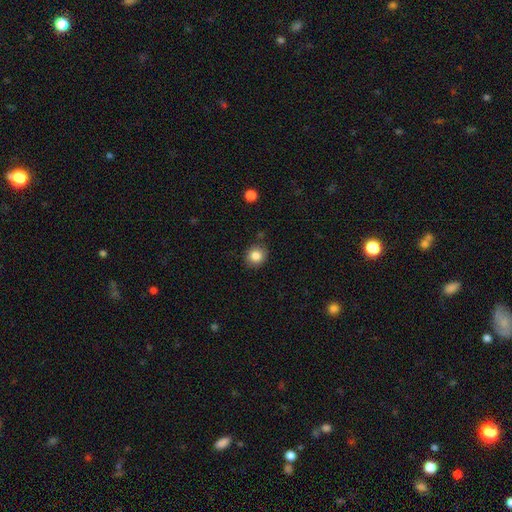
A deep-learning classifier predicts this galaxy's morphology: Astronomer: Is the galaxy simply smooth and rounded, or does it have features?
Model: smooth — 84%.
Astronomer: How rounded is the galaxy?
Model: round — 82%.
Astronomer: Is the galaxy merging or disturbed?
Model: none — 83%.